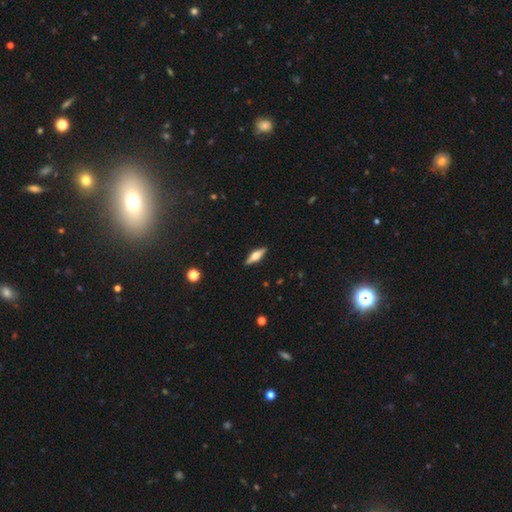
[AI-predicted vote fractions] Smooth or featured? featured or disk (58%)
Edge-on disk? yes (95%)
Edge-on bulge? rounded (89%)
Merging? none (90%)